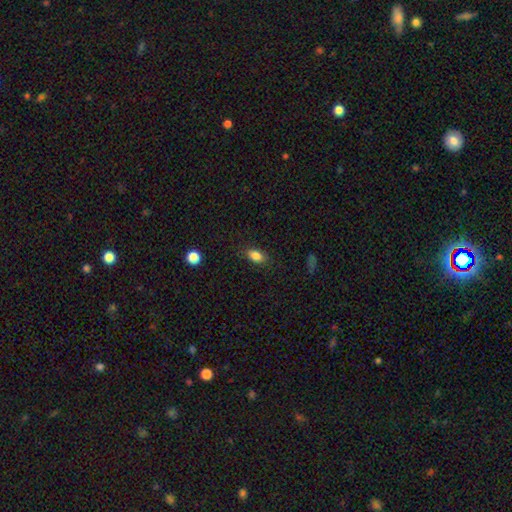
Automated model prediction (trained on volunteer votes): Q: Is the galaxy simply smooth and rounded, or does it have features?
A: smooth — 85%.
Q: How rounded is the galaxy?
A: in between — 85%.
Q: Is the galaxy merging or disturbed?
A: none — 83%.